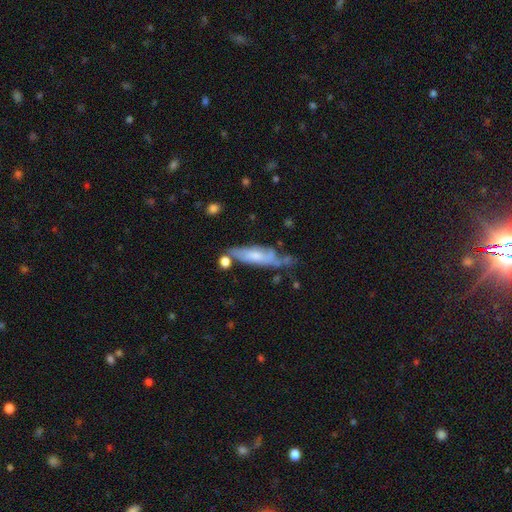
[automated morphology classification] type=featured or disk (52%); edge-on=no (54%); merging=none (48%).